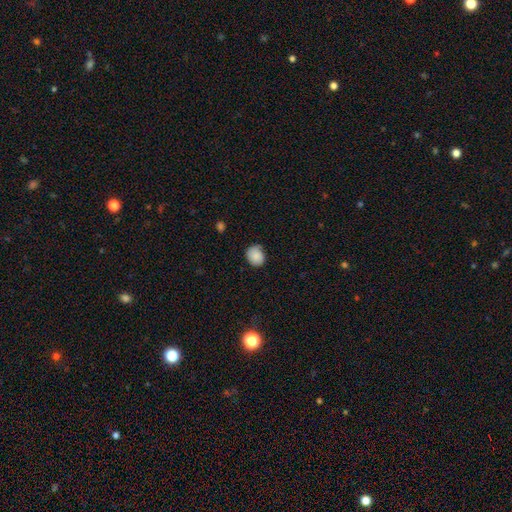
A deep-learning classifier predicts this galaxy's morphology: Q: Smooth or featured?
A: smooth (84%); runner-up: featured or disk (8%)
Q: How rounded?
A: round (60%); runner-up: in between (39%)
Q: Merging?
A: none (69%); runner-up: minor disturbance (26%)